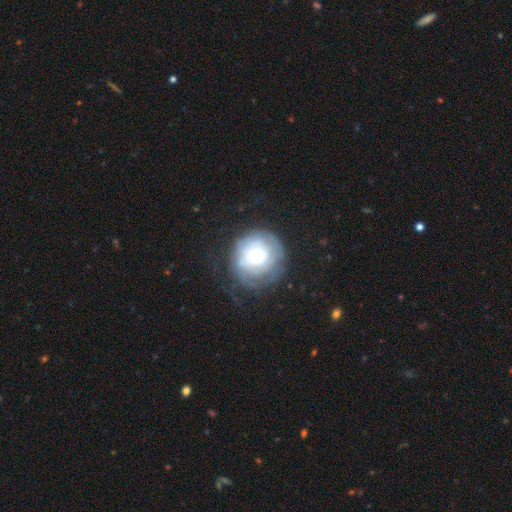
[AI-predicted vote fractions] Smooth or featured?
  - featured or disk: 61% *
  - smooth: 31%
  - star or artifact: 8%
Edge-on disk?
  - no: 97% *
  - yes: 3%
Bar?
  - no: 80% *
  - weak: 17%
  - strong: 3%
Spiral arms?
  - yes: 74% *
  - no: 26%
Bulge size?
  - moderate: 49% *
  - small: 35%
  - large: 12%
  - dominant: 2%
  - none: 2%
Merging?
  - none: 60% *
  - minor disturbance: 21%
  - major disturbance: 18%
  - merger: 2%